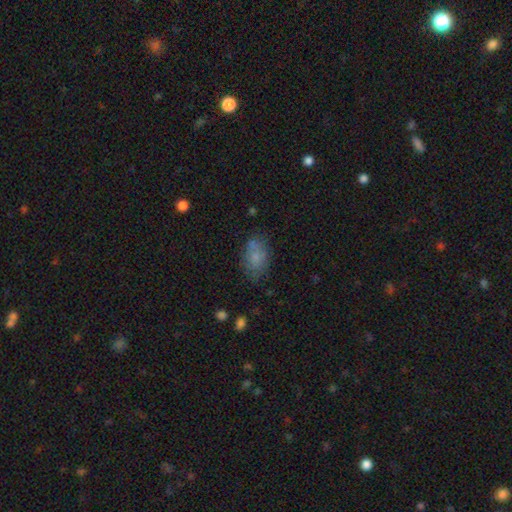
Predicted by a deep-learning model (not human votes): Overall: smooth (75%). How rounded: in between (85%). Merging: none (62%).